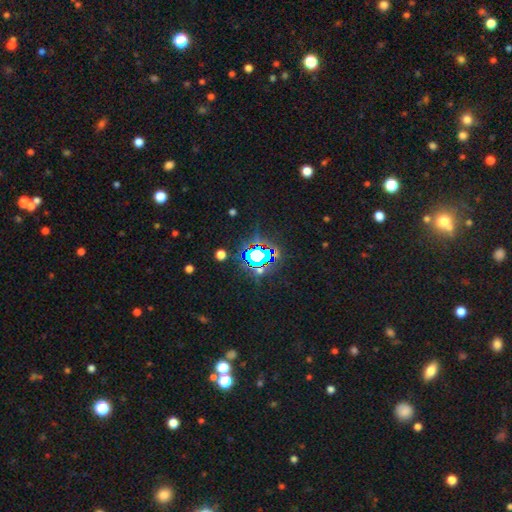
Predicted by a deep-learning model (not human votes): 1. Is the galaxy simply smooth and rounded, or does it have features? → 70% star or artifact, 18% smooth, 12% featured or disk.